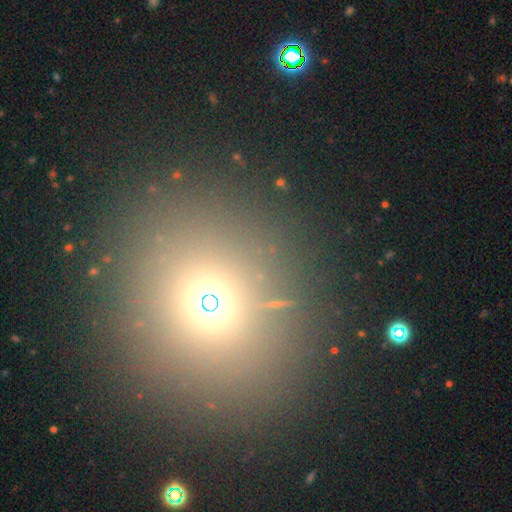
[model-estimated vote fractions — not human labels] A smooth galaxy with no disk features (52%) that is round (81%). Merging: none (87%).